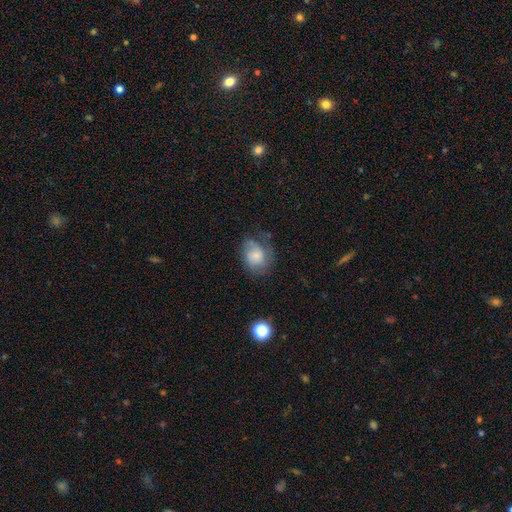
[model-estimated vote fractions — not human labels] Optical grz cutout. It shows a smooth galaxy with no disk features (60%) that is in between round and cigar-shaped (55%). Merging: none (48%).